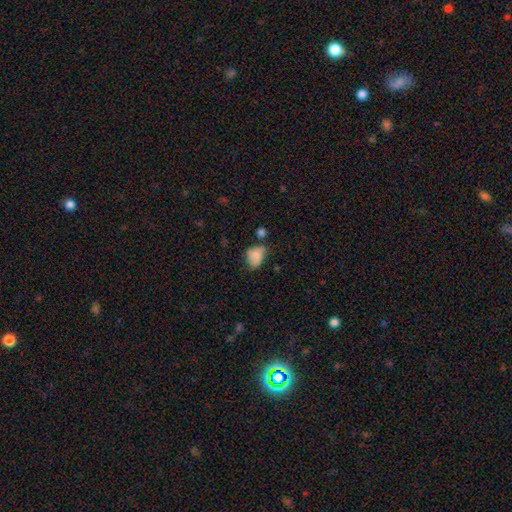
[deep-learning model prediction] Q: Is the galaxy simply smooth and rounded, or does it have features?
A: smooth — 78%.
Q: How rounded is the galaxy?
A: in between — 65%.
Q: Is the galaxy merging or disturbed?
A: none — 44%.